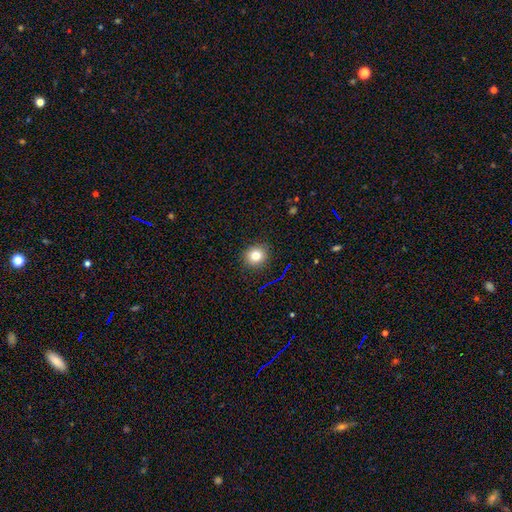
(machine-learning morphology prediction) This appears to be a smooth galaxy with no disk features (79%) that is round (84%). Merging: none (89%).